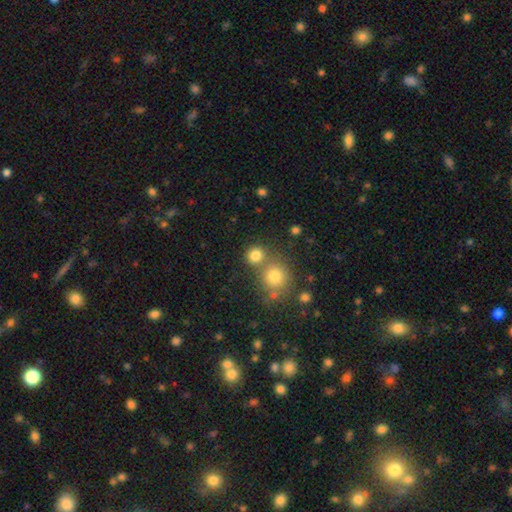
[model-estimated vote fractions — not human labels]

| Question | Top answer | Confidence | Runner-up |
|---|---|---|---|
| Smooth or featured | smooth | 80% | star or artifact (13%) |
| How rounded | round | 84% | in between (15%) |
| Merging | none | 61% | merger (28%) |